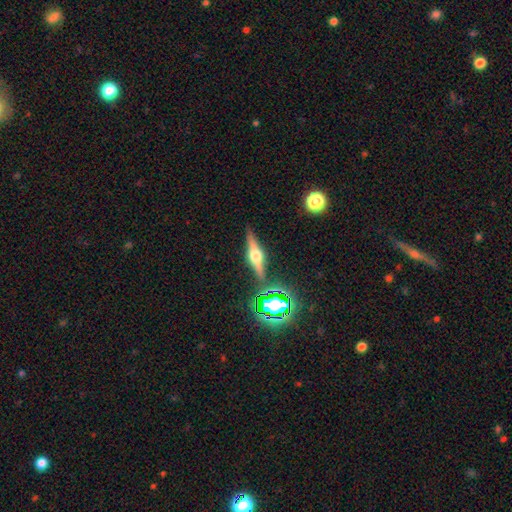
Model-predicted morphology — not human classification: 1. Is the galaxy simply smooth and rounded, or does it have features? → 74% featured or disk, 15% smooth, 11% star or artifact.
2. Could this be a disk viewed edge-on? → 97% yes, 3% no.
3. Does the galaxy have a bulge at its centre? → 94% rounded, 5% boxy, 1% none.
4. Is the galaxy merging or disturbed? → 87% none, 8% minor disturbance, 3% merger, 2% major disturbance.